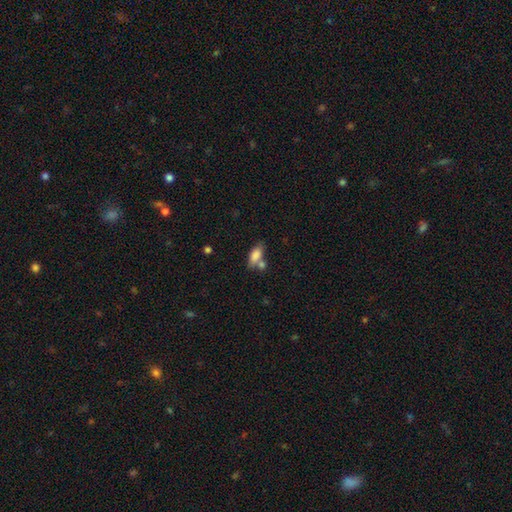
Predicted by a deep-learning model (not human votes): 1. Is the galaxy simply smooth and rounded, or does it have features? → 81% smooth, 11% featured or disk, 8% star or artifact.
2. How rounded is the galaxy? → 84% in between, 12% cigar-shaped, 4% round.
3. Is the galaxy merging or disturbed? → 47% none, 32% merger, 16% minor disturbance, 6% major disturbance.